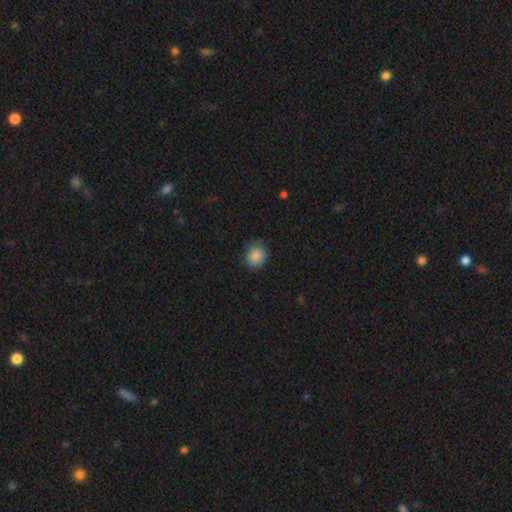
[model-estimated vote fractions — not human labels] Overall: smooth (87%). How rounded: round (69%; in between 30%). Merging: none (83%).